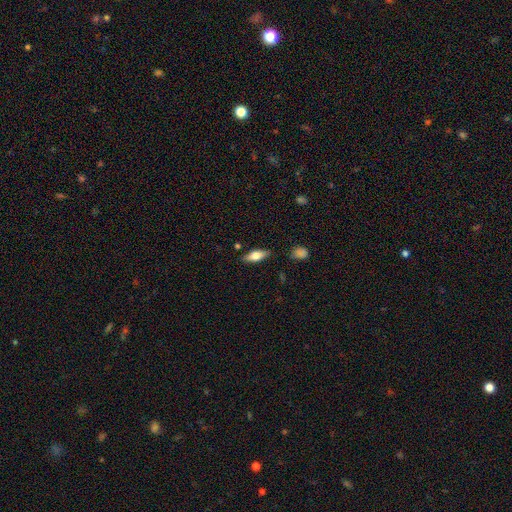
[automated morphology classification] A smooth galaxy with no disk features (67%) that is in between round and cigar-shaped (72%).

Vote fractions:
- Smooth or featured? smooth: 67% / featured or disk: 27% / star or artifact: 7%
- How rounded? in between: 72% / cigar-shaped: 25% / round: 3%
- Merging? none: 83% / minor disturbance: 12% / major disturbance: 3% / merger: 2%